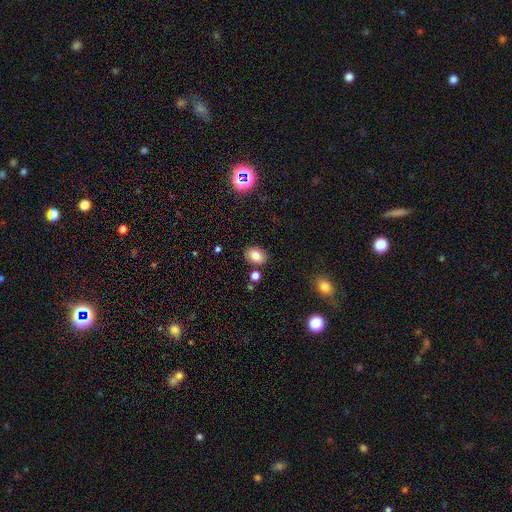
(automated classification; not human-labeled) smooth-or-featured: smooth: 81% | star or artifact: 10% | featured or disk: 9%
  how-rounded: in between: 68% | round: 31% | cigar-shaped: 1%
  merging: none: 84% | minor disturbance: 9% | merger: 4% | major disturbance: 2%